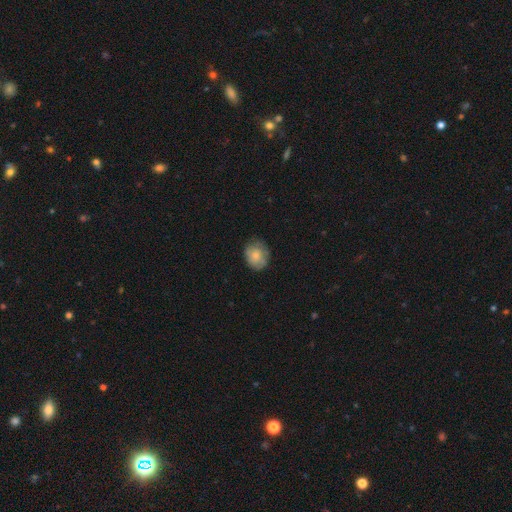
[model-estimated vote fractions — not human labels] Overall: smooth (66%; featured or disk 26%). How rounded: round (64%; in between 35%). Merging: none (72%).